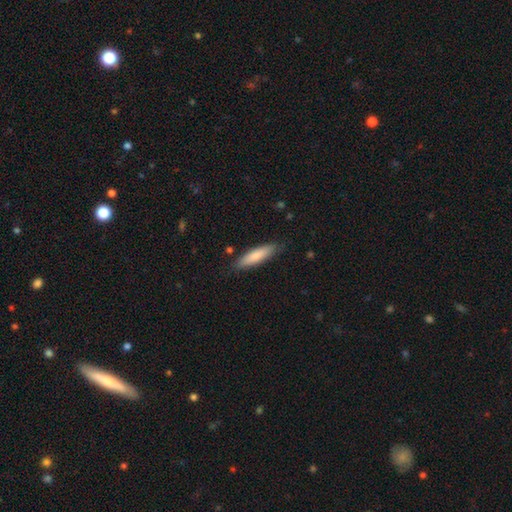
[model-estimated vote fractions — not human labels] Smooth or featured? Predicted: smooth (p=0.81). How rounded? Predicted: cigar-shaped (p=0.72). Merging? Predicted: none (p=0.85).